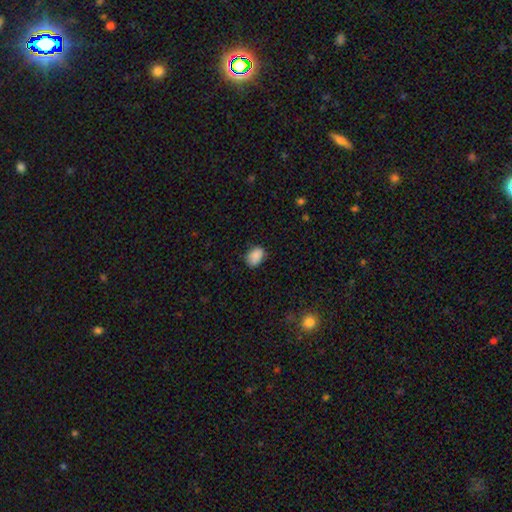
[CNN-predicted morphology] Q: Smooth or featured?
A: smooth (88%); runner-up: star or artifact (8%)
Q: How rounded?
A: in between (78%); runner-up: round (21%)
Q: Merging?
A: none (73%); runner-up: minor disturbance (21%)